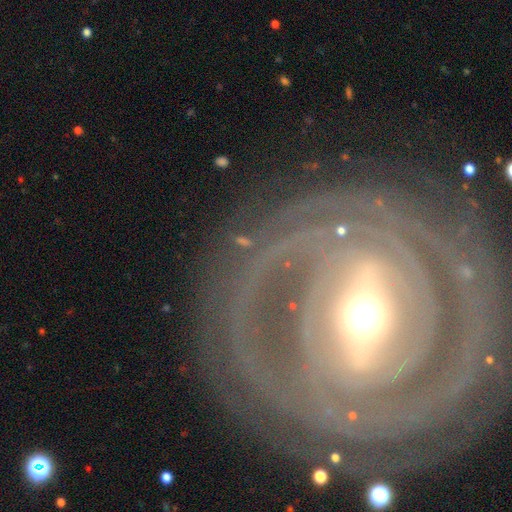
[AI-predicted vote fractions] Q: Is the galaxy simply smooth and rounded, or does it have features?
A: featured or disk — 88%.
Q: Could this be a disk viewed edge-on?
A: no — 94%.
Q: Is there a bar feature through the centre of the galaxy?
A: strong — 68%.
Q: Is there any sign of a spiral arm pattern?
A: yes — 84%.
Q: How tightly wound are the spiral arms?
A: tight — 75%.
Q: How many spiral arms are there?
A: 2 — 32%.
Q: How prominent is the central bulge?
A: moderate — 65%.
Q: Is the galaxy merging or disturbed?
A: none — 80%.